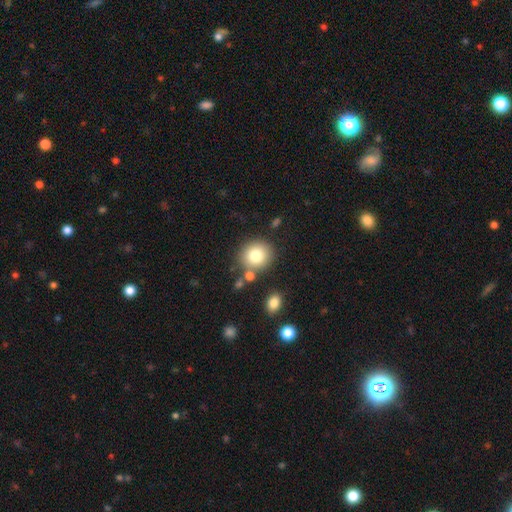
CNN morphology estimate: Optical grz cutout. It shows a smooth galaxy with no disk features (78%) that is round (85%). Merging: none (79%).